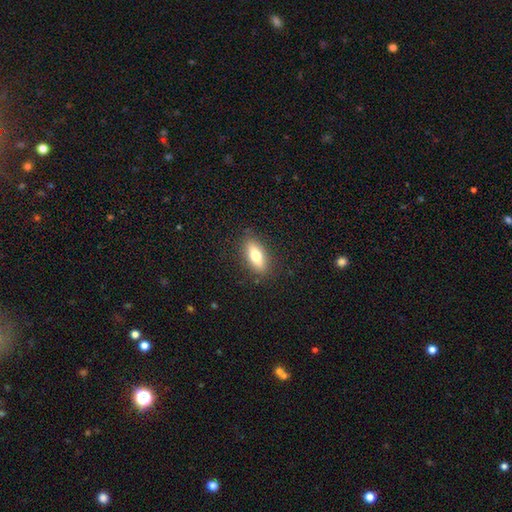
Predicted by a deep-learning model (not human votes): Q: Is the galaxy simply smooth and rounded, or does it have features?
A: smooth — 69%.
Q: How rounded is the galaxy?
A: in between — 70%.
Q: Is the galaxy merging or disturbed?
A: none — 86%.